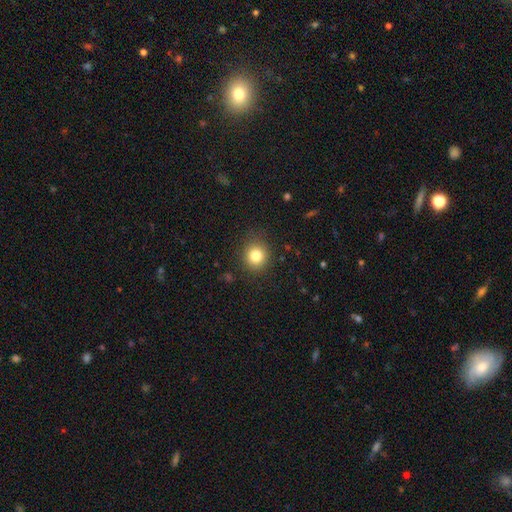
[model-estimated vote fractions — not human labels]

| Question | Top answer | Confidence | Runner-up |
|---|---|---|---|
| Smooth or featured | smooth | 81% | star or artifact (12%) |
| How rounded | round | 88% | in between (11%) |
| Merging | none | 88% | minor disturbance (8%) |